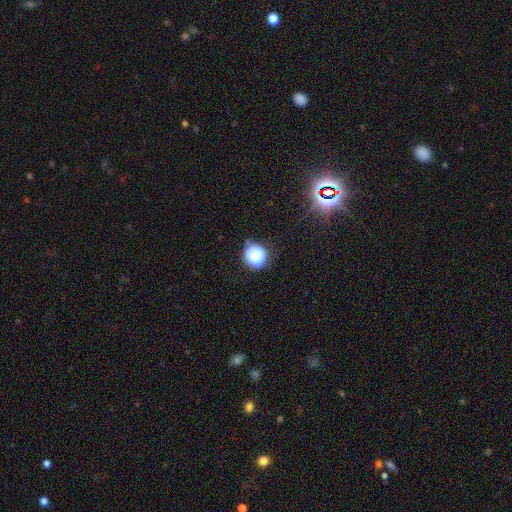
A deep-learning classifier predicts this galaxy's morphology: A smooth galaxy with no disk features (83%) that is round (87%).

Vote fractions:
- Smooth or featured? smooth: 83% / star or artifact: 10% / featured or disk: 7%
- How rounded? round: 87% / in between: 12% / cigar-shaped: 1%
- Merging? none: 61% / minor disturbance: 28% / major disturbance: 7% / merger: 4%